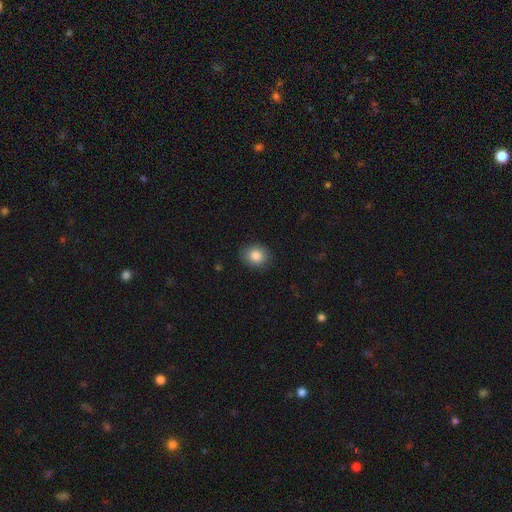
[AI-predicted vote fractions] A smooth galaxy with no disk features (86%) that is round (69%).

Vote fractions:
- Smooth or featured? smooth: 86% / star or artifact: 9% / featured or disk: 5%
- How rounded? round: 69% / in between: 30% / cigar-shaped: 1%
- Merging? none: 88% / minor disturbance: 9% / major disturbance: 2% / merger: 1%